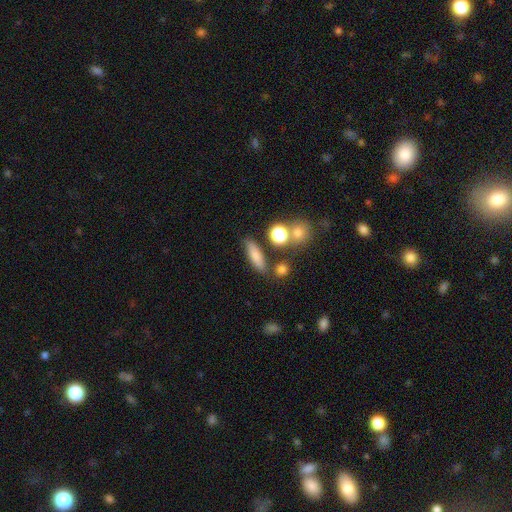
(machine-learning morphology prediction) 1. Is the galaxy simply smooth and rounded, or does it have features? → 75% smooth, 14% featured or disk, 11% star or artifact.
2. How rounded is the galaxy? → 52% cigar-shaped, 38% in between, 9% round.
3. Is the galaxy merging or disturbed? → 76% none, 12% minor disturbance, 8% merger, 4% major disturbance.